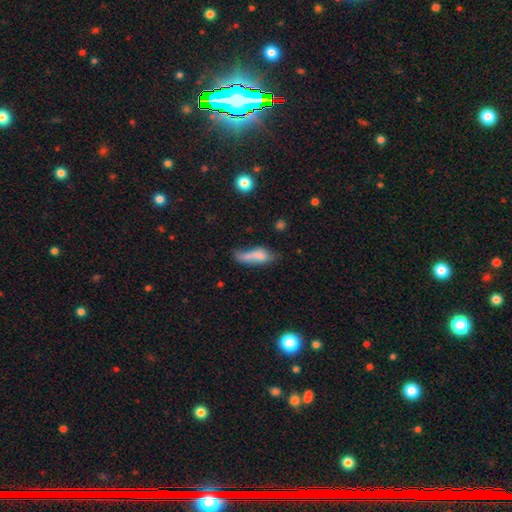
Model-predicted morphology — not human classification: A smooth galaxy with no disk features (69%) that is in between round and cigar-shaped (60%).

Vote fractions:
- Smooth or featured? smooth: 69% / featured or disk: 21% / star or artifact: 9%
- How rounded? in between: 60% / cigar-shaped: 37% / round: 4%
- Merging? none: 30% / minor disturbance: 28% / major disturbance: 25% / merger: 16%